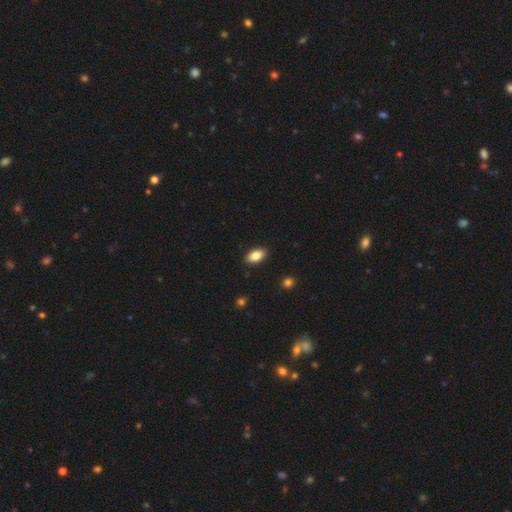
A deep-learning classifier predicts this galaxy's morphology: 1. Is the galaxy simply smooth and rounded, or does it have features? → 86% smooth, 7% star or artifact, 7% featured or disk.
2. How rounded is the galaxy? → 92% in between, 4% round, 4% cigar-shaped.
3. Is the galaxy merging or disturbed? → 89% none, 8% minor disturbance, 2% major disturbance, 1% merger.